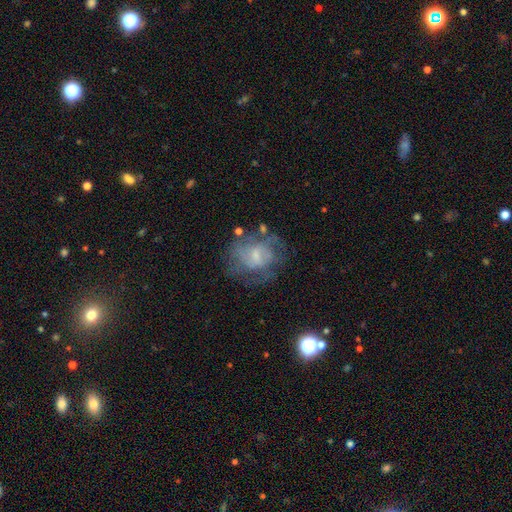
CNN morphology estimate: type=featured or disk (61%); edge-on=no (97%); bar=no (48%); spiral arms=yes (61%); bulge=small (51%); merging=none (53%).